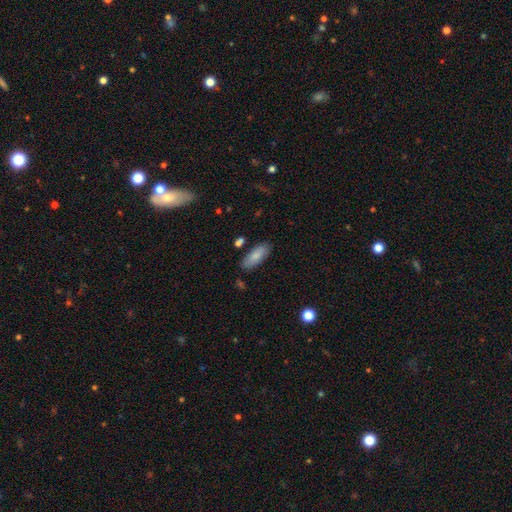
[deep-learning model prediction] Overall: smooth (84%). How rounded: in between (78%). Merging: none (83%).